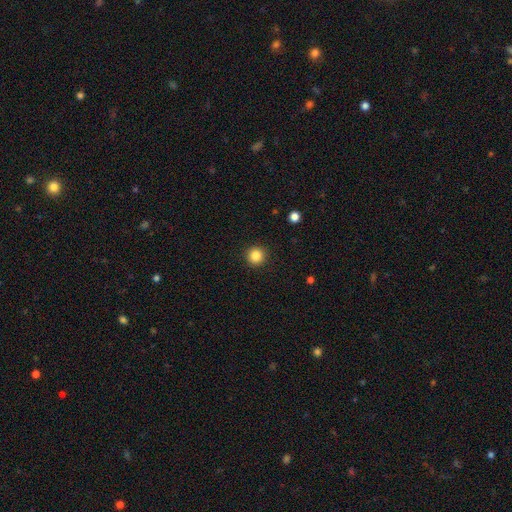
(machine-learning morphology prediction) smooth-or-featured: smooth: 86% | star or artifact: 10% | featured or disk: 4%
  how-rounded: round: 95% | in between: 4% | cigar-shaped: 1%
  merging: none: 92% | minor disturbance: 5% | major disturbance: 2% | merger: 1%